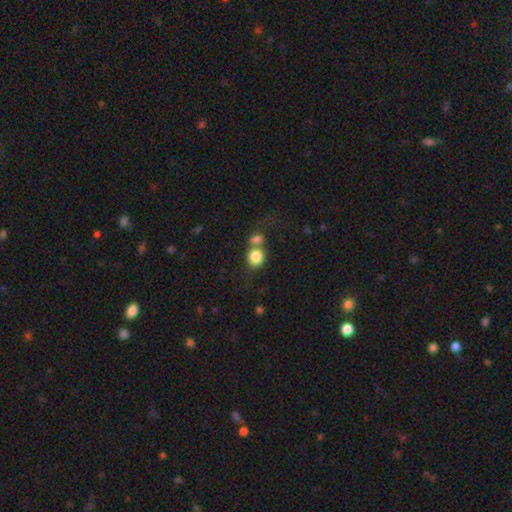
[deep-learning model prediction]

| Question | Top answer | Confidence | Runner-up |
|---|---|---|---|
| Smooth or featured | smooth | 83% | star or artifact (9%) |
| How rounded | round | 78% | in between (21%) |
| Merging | merger | 48% | none (38%) |